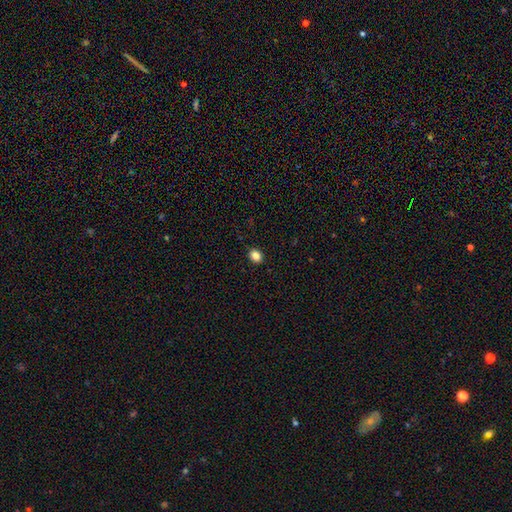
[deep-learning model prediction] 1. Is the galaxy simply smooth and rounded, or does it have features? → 85% smooth, 11% star or artifact, 4% featured or disk.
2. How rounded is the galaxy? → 50% round, 49% in between, 1% cigar-shaped.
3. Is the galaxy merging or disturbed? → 90% none, 7% minor disturbance, 2% major disturbance, 1% merger.